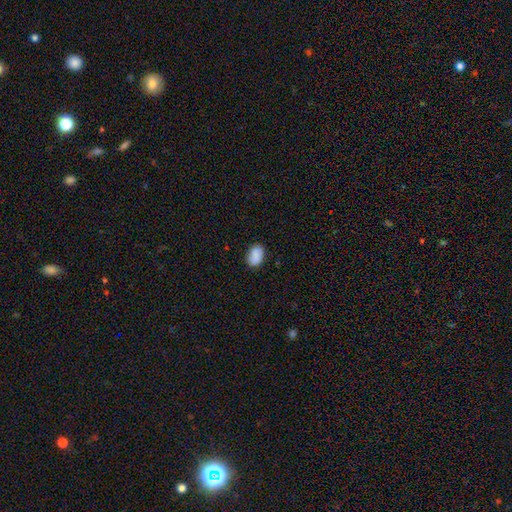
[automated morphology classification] smooth 87%, star or artifact 8%, featured or disk 6%. Down the decision tree: how rounded — in between (86%); merging — none (82%).